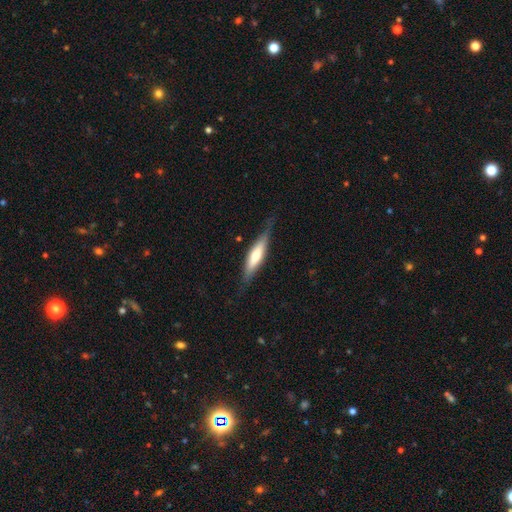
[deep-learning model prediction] This is possibly a featured or disk galaxy (47%, tied with smooth). Merging: likely none (76%).